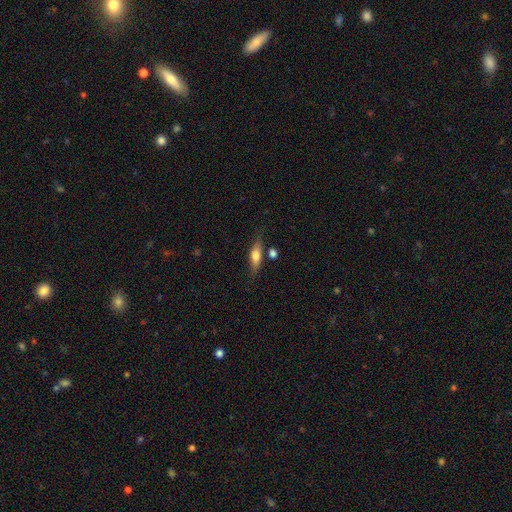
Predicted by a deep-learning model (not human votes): Overall: smooth (58%; featured or disk 35%). How rounded: cigar-shaped (52%; in between 44%). Merging: none (73%).